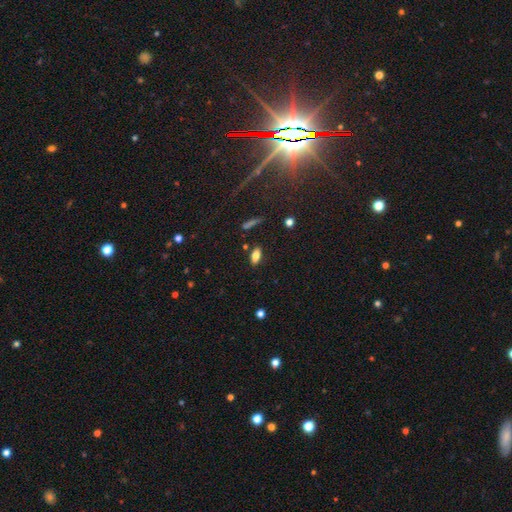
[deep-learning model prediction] This appears to be a smooth galaxy with no disk features (79%) that is in between round and cigar-shaped (84%). Merging: none (85%).